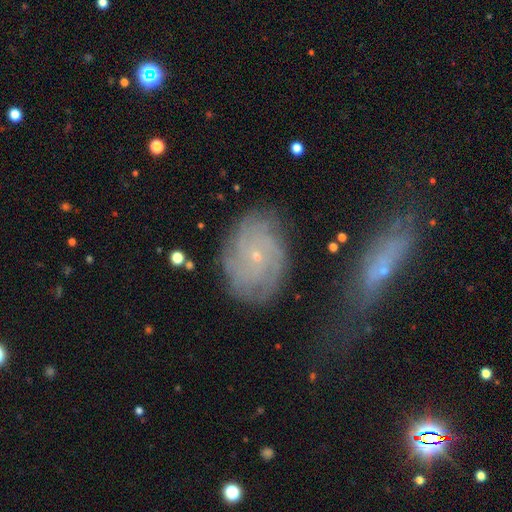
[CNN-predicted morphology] Overall: featured or disk (75%). Edge-on disk: no (96%). Bar: no (81%). Spiral arms: yes (92%). Spiral arm count: can't tell (39%; 4 19%). Spiral winding: tight (70%). Bulge size: small (88%). Merging: none (74%).